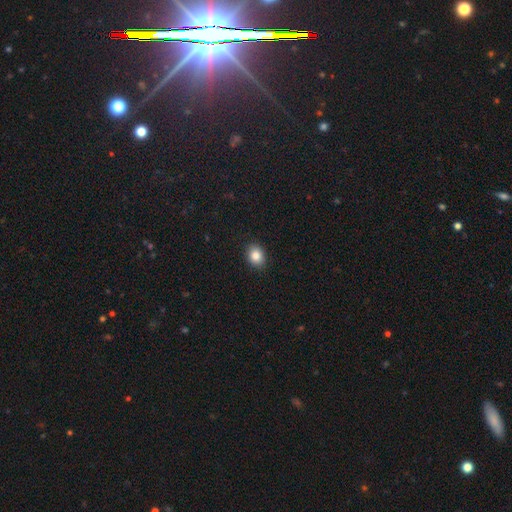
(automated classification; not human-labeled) Smooth or featured?
  - smooth: 84% *
  - star or artifact: 9%
  - featured or disk: 6%
How rounded?
  - in between: 55% *
  - round: 44%
  - cigar-shaped: 1%
Merging?
  - none: 90% *
  - minor disturbance: 7%
  - major disturbance: 2%
  - merger: 1%